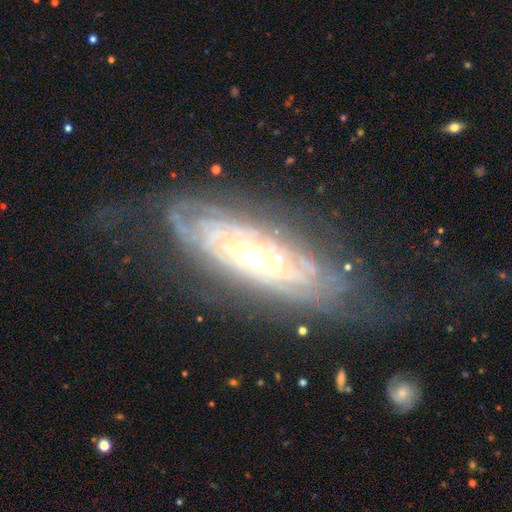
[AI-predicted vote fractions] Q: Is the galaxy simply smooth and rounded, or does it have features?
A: featured or disk — 85%.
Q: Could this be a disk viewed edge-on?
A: no — 83%.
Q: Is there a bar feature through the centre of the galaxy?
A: no — 65%.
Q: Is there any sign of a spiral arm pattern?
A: yes — 92%.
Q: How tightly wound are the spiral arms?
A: tight — 78%.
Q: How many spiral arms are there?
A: can't tell — 50%.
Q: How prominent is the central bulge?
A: moderate — 61%.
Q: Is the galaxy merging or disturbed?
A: none — 64%.